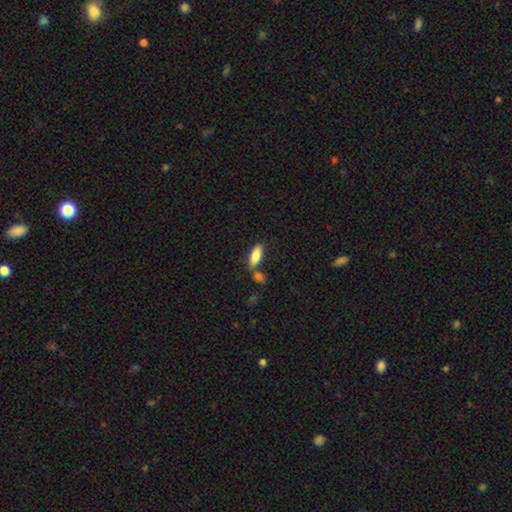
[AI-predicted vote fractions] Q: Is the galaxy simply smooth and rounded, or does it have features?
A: smooth — 85%.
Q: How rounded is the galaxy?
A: in between — 74%.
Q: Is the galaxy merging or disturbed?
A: none — 64%.